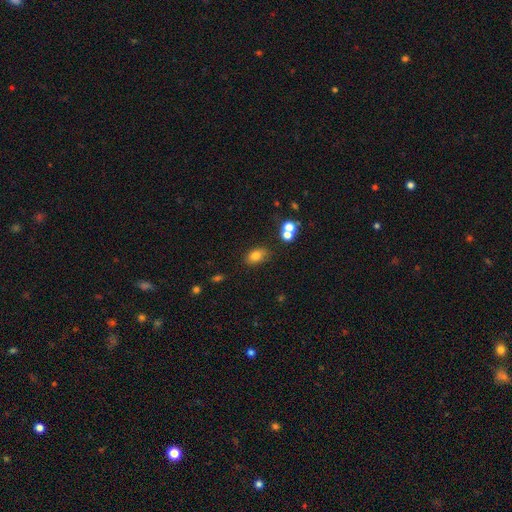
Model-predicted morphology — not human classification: smooth 78%, star or artifact 12%, featured or disk 10%. Down the decision tree: how rounded — in between (80%); merging — none (79%).